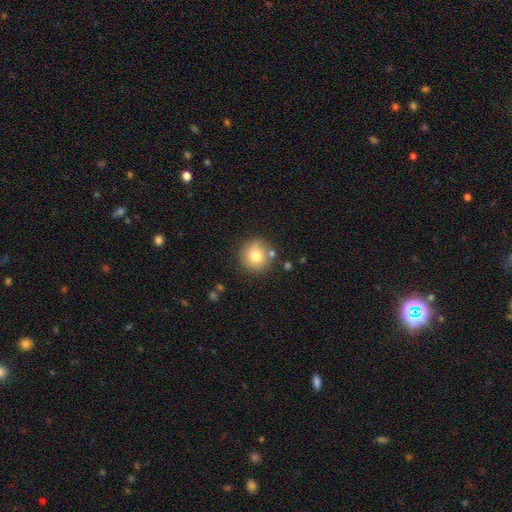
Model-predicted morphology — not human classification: The model was most divided on "smooth or featured": smooth: 78%, featured or disk: 12%, star or artifact: 10%. More confident: how rounded — round (91%); merging — none (79%).